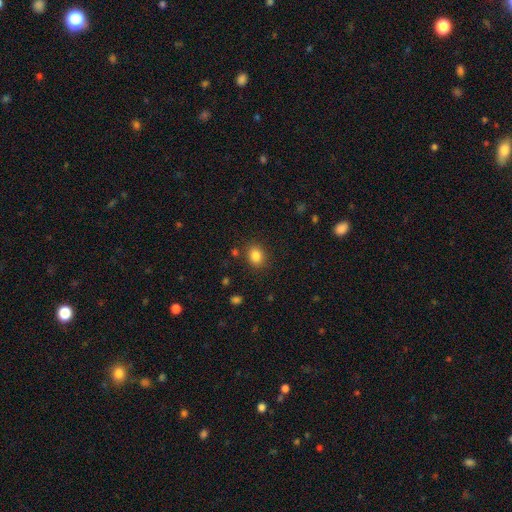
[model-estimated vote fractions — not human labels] Smooth or featured: smooth — 84% (star or artifact — 10%)
How rounded: round — 51% (in between — 48%)
Merging: none — 84% (minor disturbance — 10%)